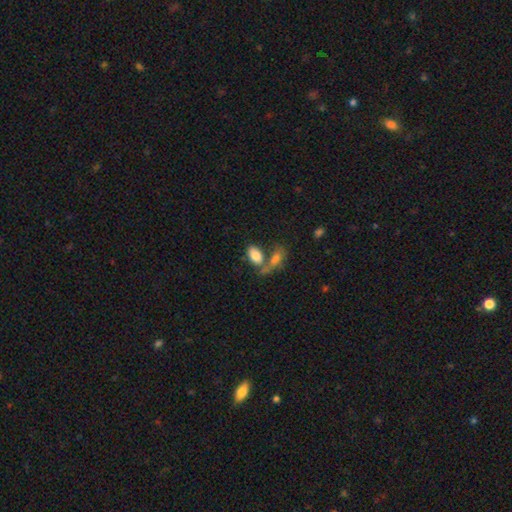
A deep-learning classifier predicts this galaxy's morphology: Smooth or featured? smooth (80%)
How rounded? in between (92%)
Merging? merger (42%)